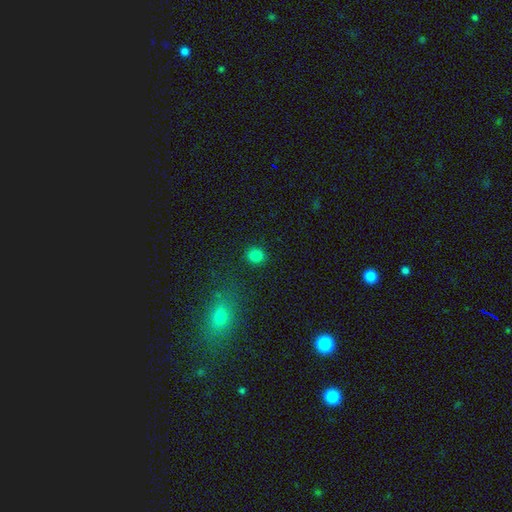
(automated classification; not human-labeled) Q: Smooth or featured?
A: smooth (83%); runner-up: star or artifact (13%)
Q: How rounded?
A: round (77%); runner-up: in between (22%)
Q: Merging?
A: none (87%); runner-up: minor disturbance (7%)